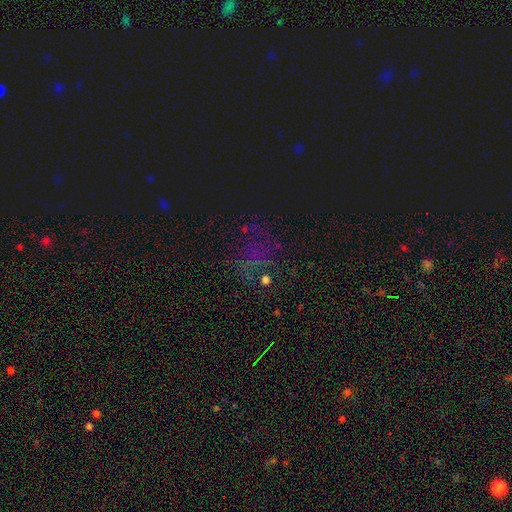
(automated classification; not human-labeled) Smooth or featured? star or artifact (57%)